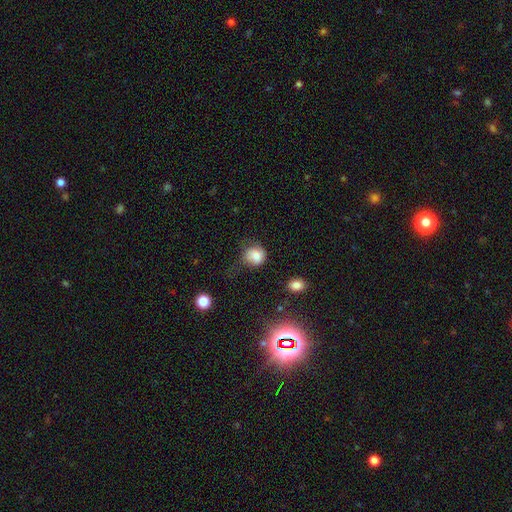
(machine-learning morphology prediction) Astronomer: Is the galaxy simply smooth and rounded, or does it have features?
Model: smooth — 80%.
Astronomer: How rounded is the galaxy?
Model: round — 77%.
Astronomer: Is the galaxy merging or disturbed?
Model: none — 47% (runner-up: minor disturbance, 31%).